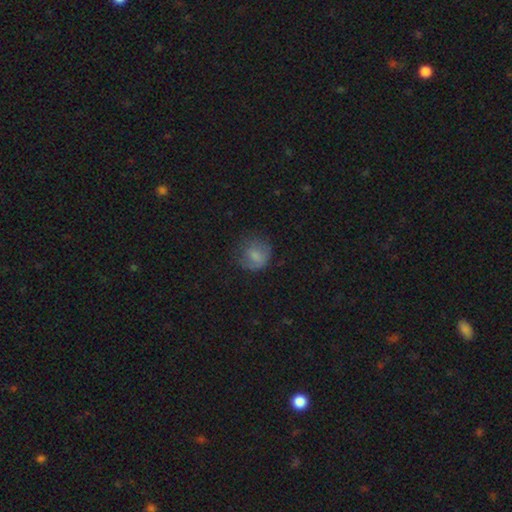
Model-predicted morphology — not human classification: Smooth or featured? smooth (72%)
How rounded? round (80%)
Merging? none (58%)